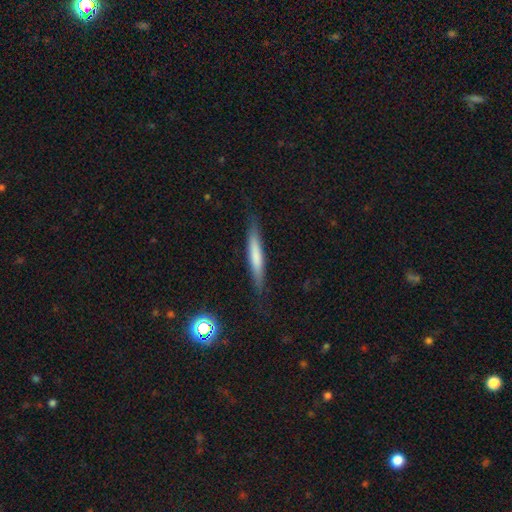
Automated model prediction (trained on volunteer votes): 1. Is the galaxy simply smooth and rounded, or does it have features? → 61% smooth, 31% featured or disk, 7% star or artifact.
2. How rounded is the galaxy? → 92% cigar-shaped, 6% in between, 1% round.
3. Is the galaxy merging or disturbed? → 83% none, 13% minor disturbance, 3% major disturbance, 1% merger.